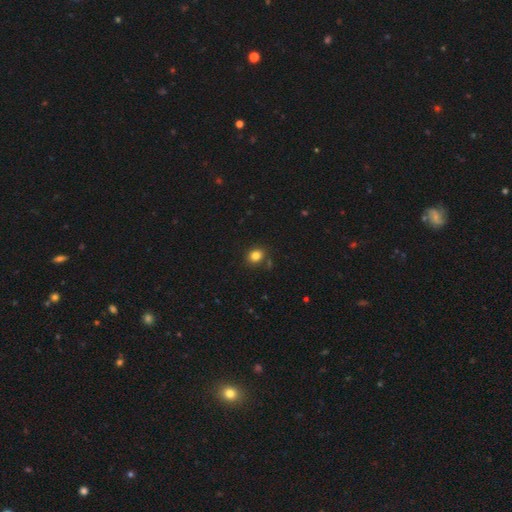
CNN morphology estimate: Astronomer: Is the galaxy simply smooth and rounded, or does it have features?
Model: smooth — 82%.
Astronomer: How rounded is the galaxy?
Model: round — 63%.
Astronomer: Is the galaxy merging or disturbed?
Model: none — 82%.